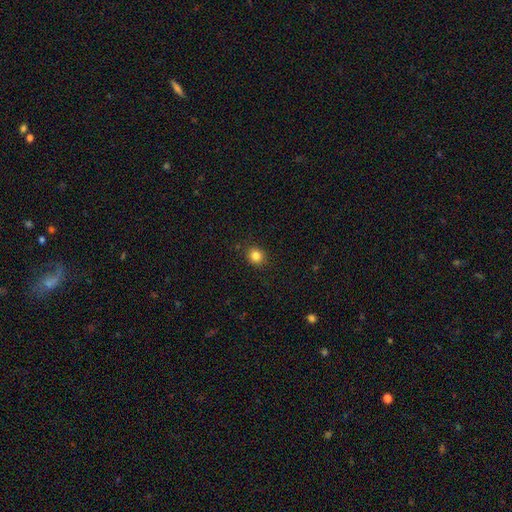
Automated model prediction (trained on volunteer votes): Smooth or featured? Predicted: smooth (p=0.84). How rounded? Predicted: round (p=0.87). Merging? Predicted: none (p=0.89).